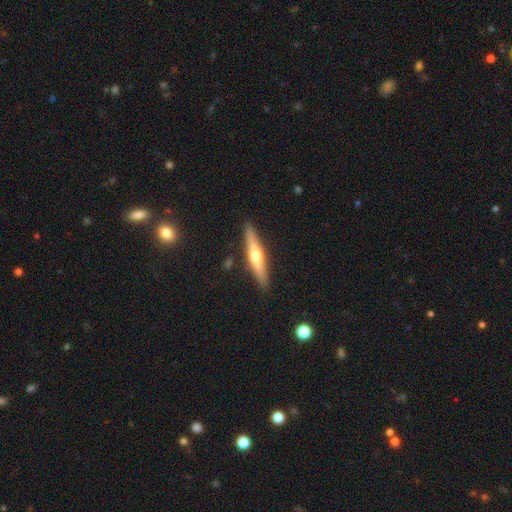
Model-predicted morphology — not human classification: featured or disk 59%, smooth 35%, star or artifact 6%. Down the decision tree: edge-on disk — yes (95%); edge-on bulge — rounded (89%); merging — none (89%).